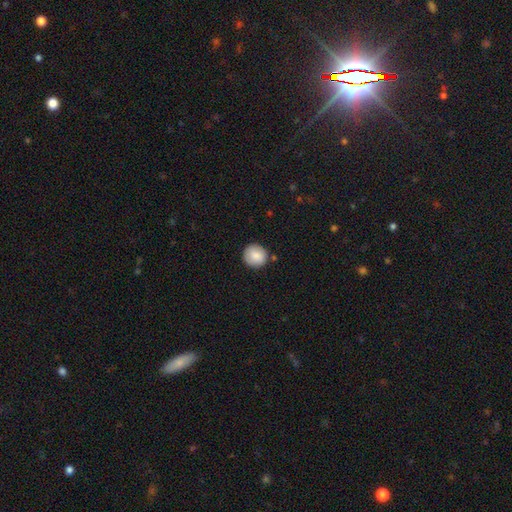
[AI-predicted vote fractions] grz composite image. It shows a smooth galaxy with no disk features (87%) that is round (93%). Merging: none (86%).